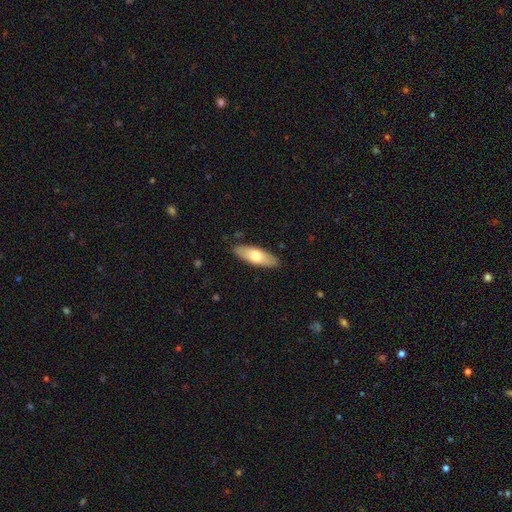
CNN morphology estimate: Overall: smooth (66%; featured or disk 29%). How rounded: in between (66%; cigar-shaped 32%). Merging: none (87%).